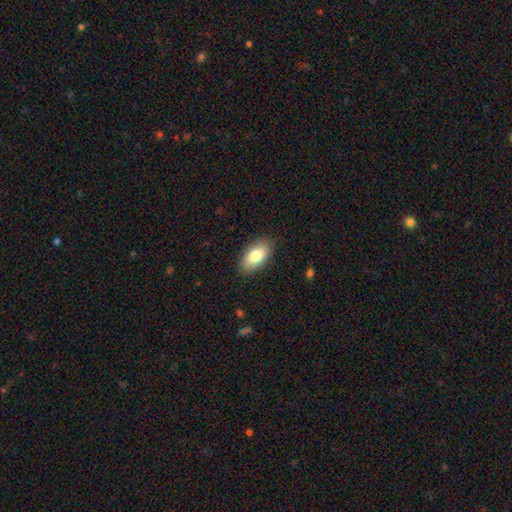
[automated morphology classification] smooth 81%, featured or disk 12%, star or artifact 6%. Down the decision tree: how rounded — in between (93%); merging — none (86%).